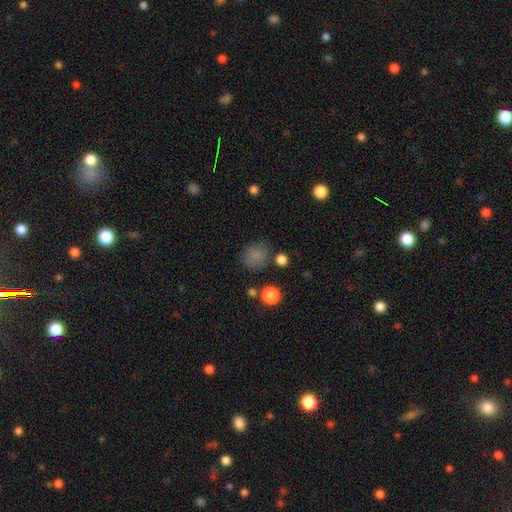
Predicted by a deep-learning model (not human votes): The model was most divided on "how rounded": round: 81%, in between: 18%, cigar-shaped: 1%. More confident: smooth or featured — smooth (81%); merging — none (77%).